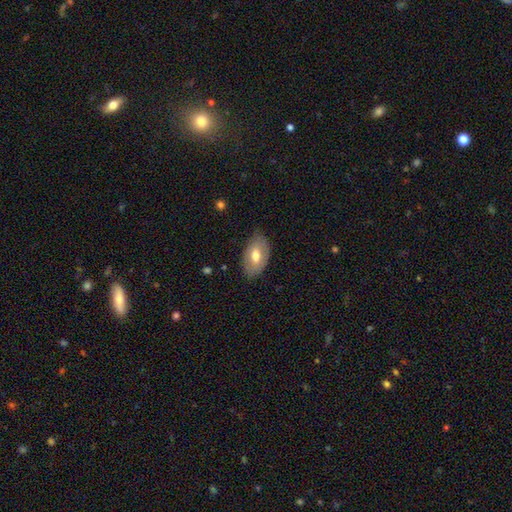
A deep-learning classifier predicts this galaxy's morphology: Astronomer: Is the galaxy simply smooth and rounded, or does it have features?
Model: smooth — 64%.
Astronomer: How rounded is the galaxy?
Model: in between — 93%.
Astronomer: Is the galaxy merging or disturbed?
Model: none — 76%.